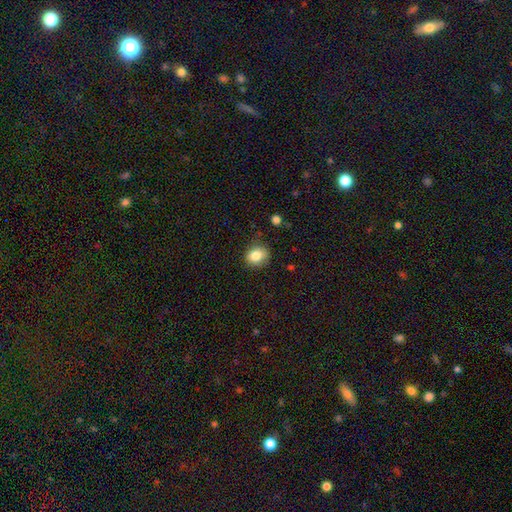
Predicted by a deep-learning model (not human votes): smooth_or_featured: smooth (p=0.82) [alt: star or artifact p=0.10]
how_rounded: round (p=0.73) [alt: in between p=0.26]
merging: none (p=0.80) [alt: minor disturbance p=0.16]